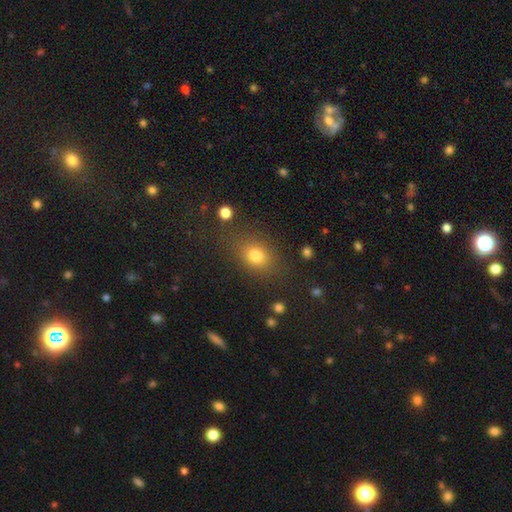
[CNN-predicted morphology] Smooth or featured? smooth (76%)
How rounded? in between (54%)
Merging? none (79%)